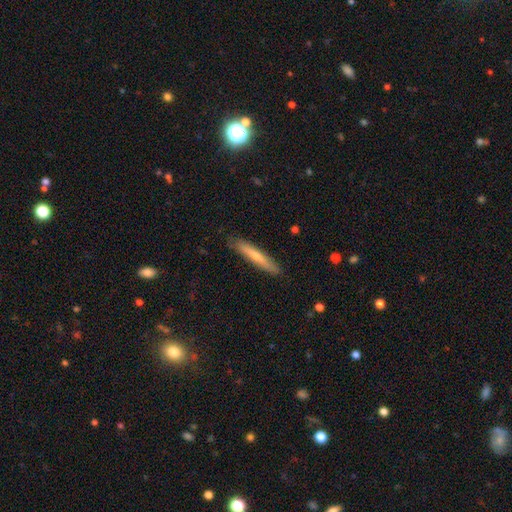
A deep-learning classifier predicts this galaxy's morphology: Smooth or featured? Predicted: smooth (p=0.61). How rounded? Predicted: cigar-shaped (p=0.93). Merging? Predicted: none (p=0.87).